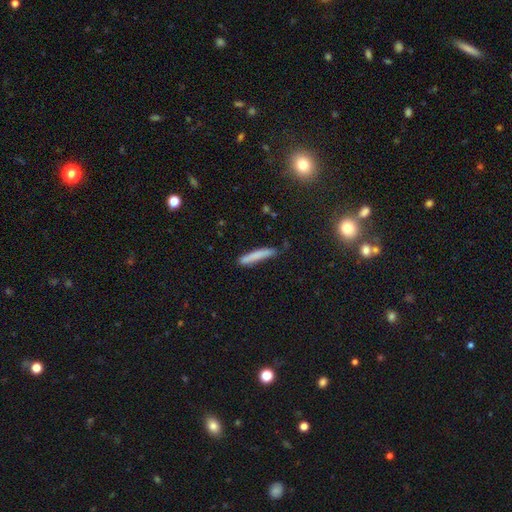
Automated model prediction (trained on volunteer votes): Smooth or featured: smooth — 77% (featured or disk — 16%)
How rounded: cigar-shaped — 94% (in between — 5%)
Merging: none — 76% (minor disturbance — 18%)